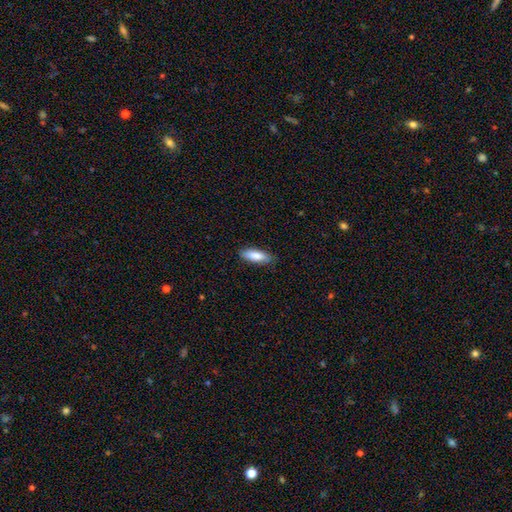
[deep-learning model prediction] Overall: smooth (85%). How rounded: in between (58%; cigar-shaped 40%). Merging: none (84%).